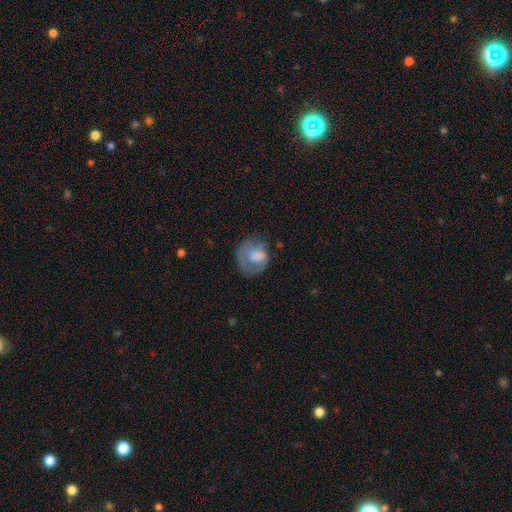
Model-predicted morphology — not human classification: smooth 62%, featured or disk 31%, star or artifact 8%. Down the decision tree: how rounded — round (70%); merging — none (44%).